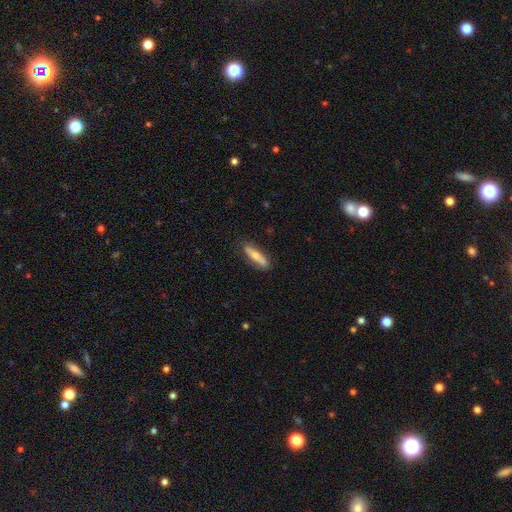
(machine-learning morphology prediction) Overall: smooth (53%; featured or disk 41%). How rounded: cigar-shaped (75%). Merging: none (81%).